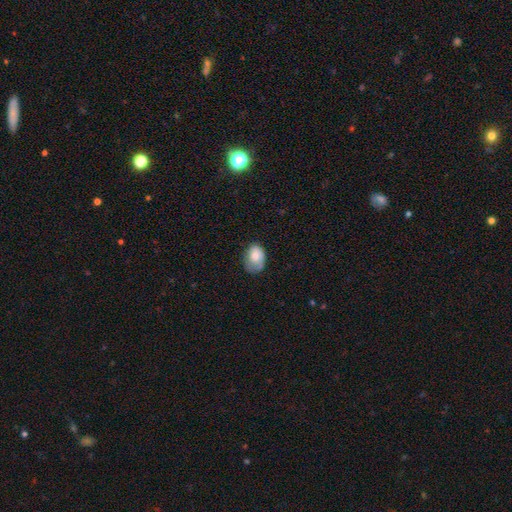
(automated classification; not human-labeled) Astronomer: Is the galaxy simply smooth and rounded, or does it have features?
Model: smooth — 70%.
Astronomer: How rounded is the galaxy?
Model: in between — 77%.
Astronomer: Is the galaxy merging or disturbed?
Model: none — 51% (runner-up: minor disturbance, 32%).